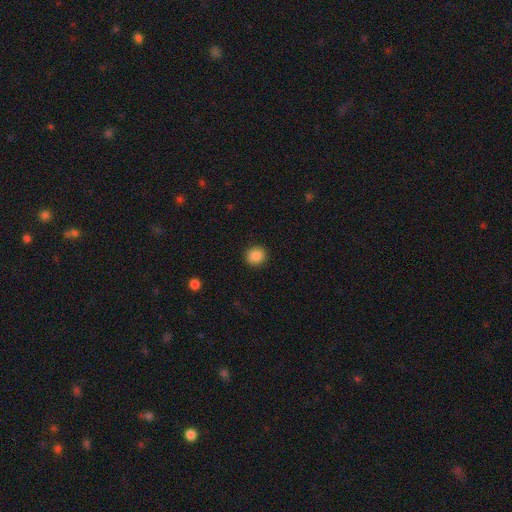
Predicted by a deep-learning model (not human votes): Q: Smooth or featured?
A: smooth (87%); runner-up: star or artifact (10%)
Q: How rounded?
A: round (88%); runner-up: in between (11%)
Q: Merging?
A: none (92%); runner-up: minor disturbance (5%)